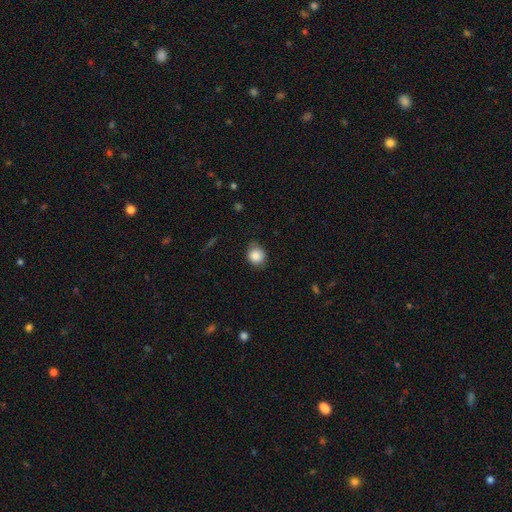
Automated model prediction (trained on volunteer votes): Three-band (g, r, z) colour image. It shows a smooth galaxy with no disk features (86%) that is round (84%). Merging: none (79%).